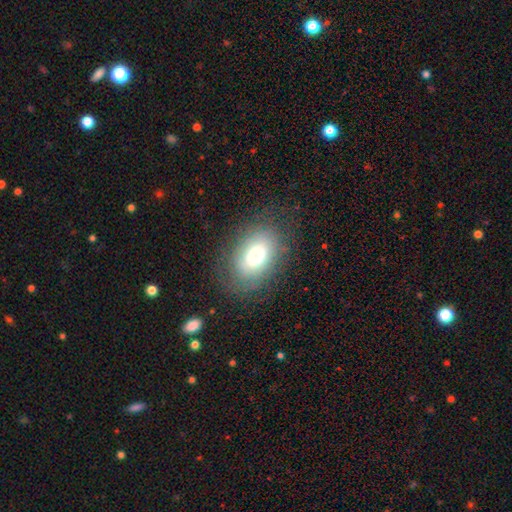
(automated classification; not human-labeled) A smooth galaxy with no disk features (68%) that is in between round and cigar-shaped (85%). Merging: none (76%).